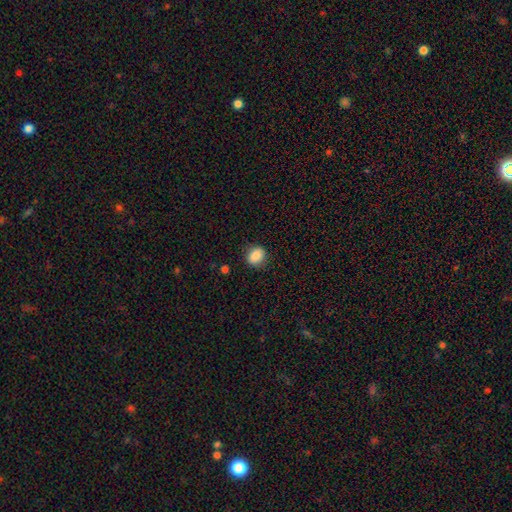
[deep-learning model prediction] The model was most divided on "how rounded": round: 54%, in between: 45%, cigar-shaped: 1%. More confident: smooth or featured — smooth (86%); merging — none (83%).